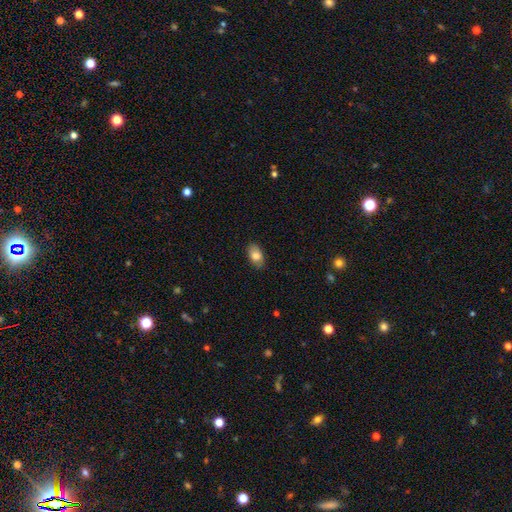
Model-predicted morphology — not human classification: Smooth or featured? Predicted: smooth (p=0.80). How rounded? Predicted: in between (p=0.92). Merging? Predicted: none (p=0.86).